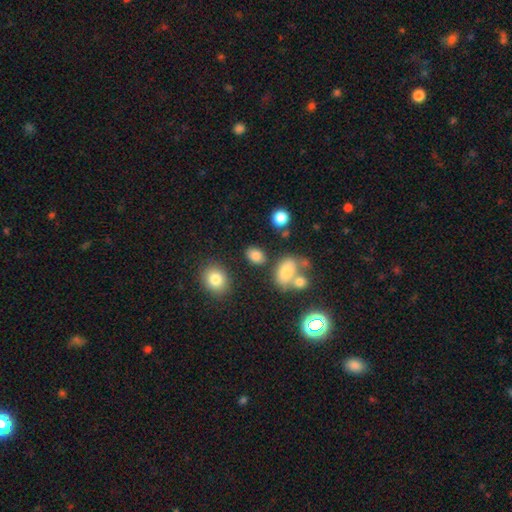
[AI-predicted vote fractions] A smooth galaxy with no disk features (82%) that is in between round and cigar-shaped (76%). Merging: none (75%).